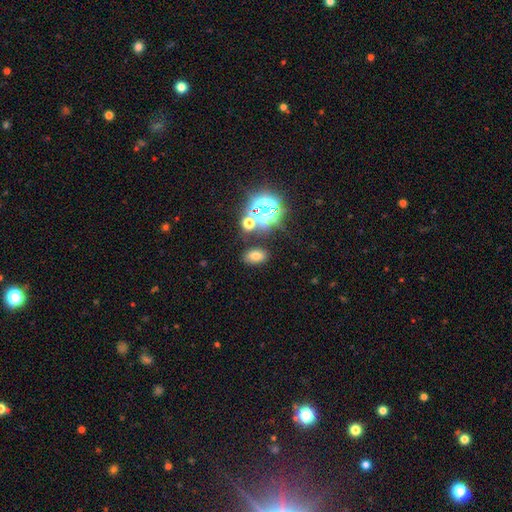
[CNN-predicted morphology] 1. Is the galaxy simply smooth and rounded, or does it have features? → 64% smooth, 25% star or artifact, 11% featured or disk.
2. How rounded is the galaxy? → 82% in between, 16% round, 2% cigar-shaped.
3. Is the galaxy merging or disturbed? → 82% none, 9% minor disturbance, 6% merger, 3% major disturbance.